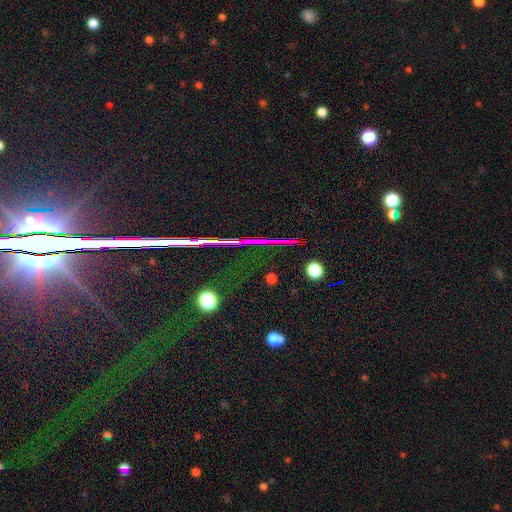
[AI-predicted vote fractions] This appears to be a star or artifact, not a galaxy (84%).